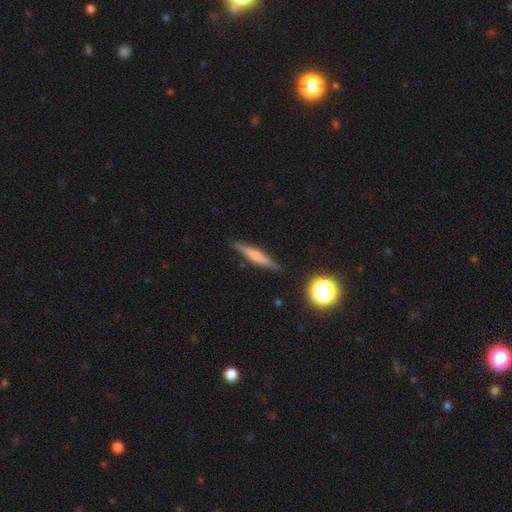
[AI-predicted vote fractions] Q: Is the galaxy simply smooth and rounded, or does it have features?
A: featured or disk — 48%.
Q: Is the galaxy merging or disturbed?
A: none — 86%.